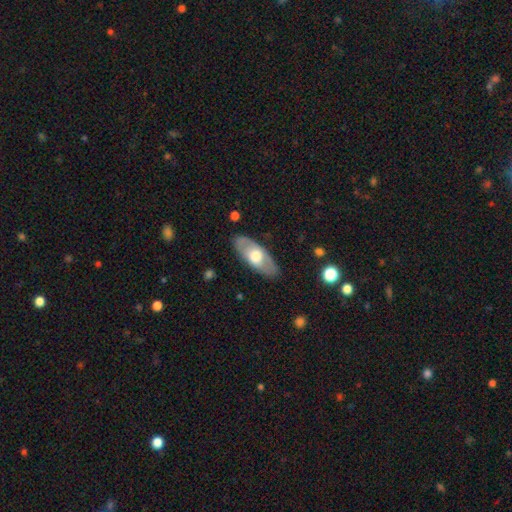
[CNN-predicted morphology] smooth_or_featured: smooth (p=0.52) [alt: featured or disk p=0.43]
how_rounded: in between (p=0.86) [alt: cigar-shaped p=0.12]
merging: none (p=0.84) [alt: minor disturbance p=0.11]